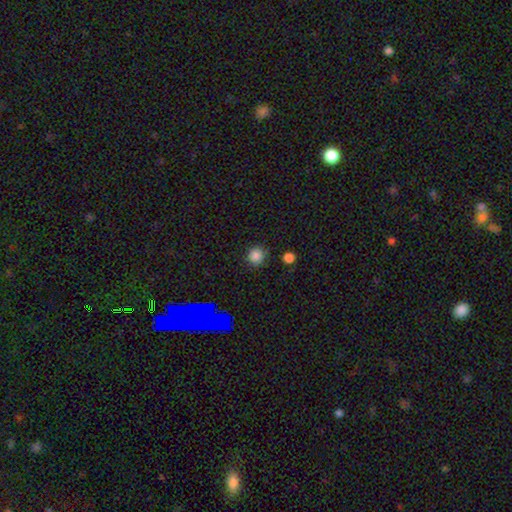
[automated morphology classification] type=smooth (82%); roundness=round (92%); merging=none (85%).